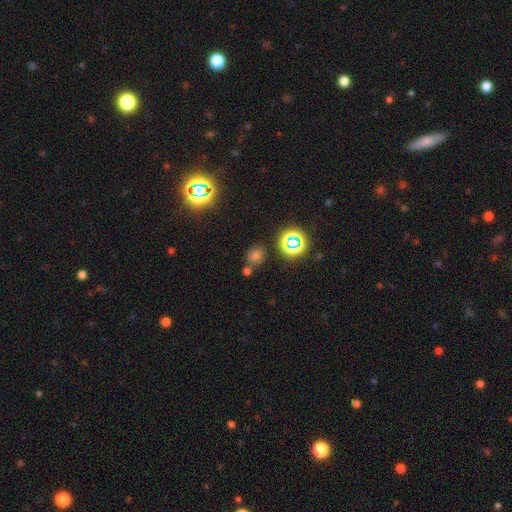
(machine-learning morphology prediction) Smooth or featured? Predicted: smooth (p=0.49). Merging? Predicted: none (p=0.75).